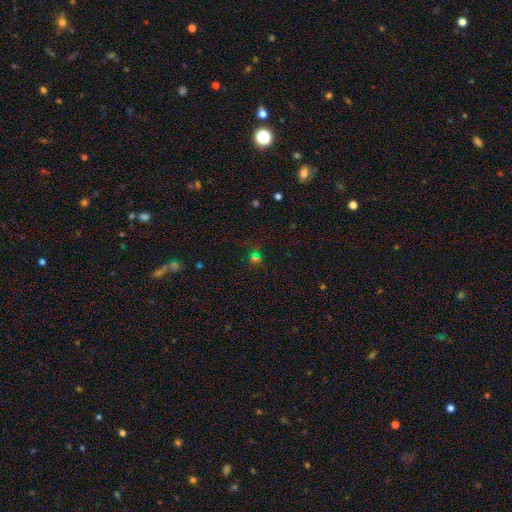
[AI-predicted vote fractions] A star or artifact, not a galaxy (50%).